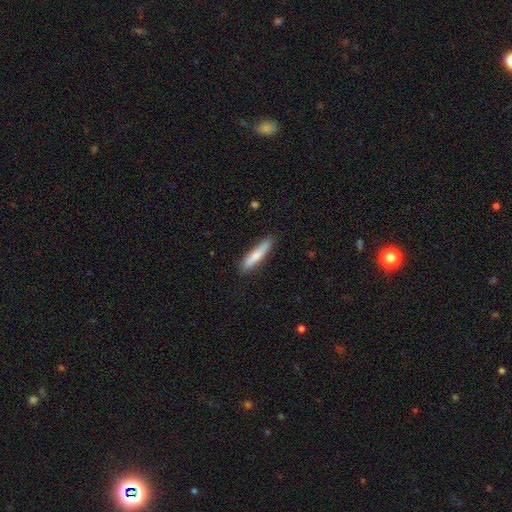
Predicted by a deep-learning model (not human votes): A smooth galaxy with no disk features (77%) that is cigar-shaped (85%).

Vote fractions:
- Smooth or featured? smooth: 77% / featured or disk: 18% / star or artifact: 6%
- How rounded? cigar-shaped: 85% / in between: 14% / round: 1%
- Merging? none: 84% / minor disturbance: 12% / major disturbance: 2% / merger: 1%